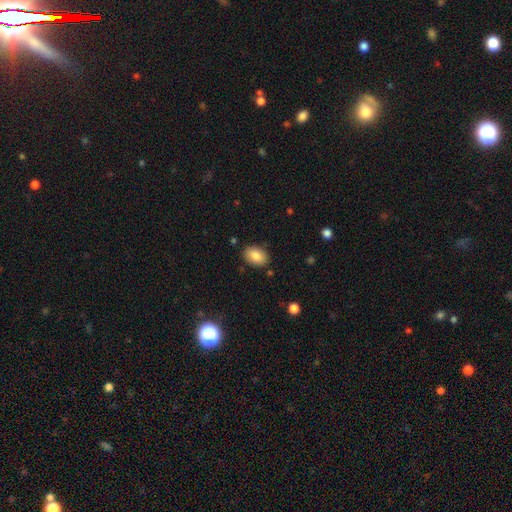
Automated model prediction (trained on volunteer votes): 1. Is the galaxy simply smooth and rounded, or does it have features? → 85% smooth, 8% star or artifact, 7% featured or disk.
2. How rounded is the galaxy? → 88% in between, 11% round, 1% cigar-shaped.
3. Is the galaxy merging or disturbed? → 86% none, 10% minor disturbance, 2% major disturbance, 2% merger.